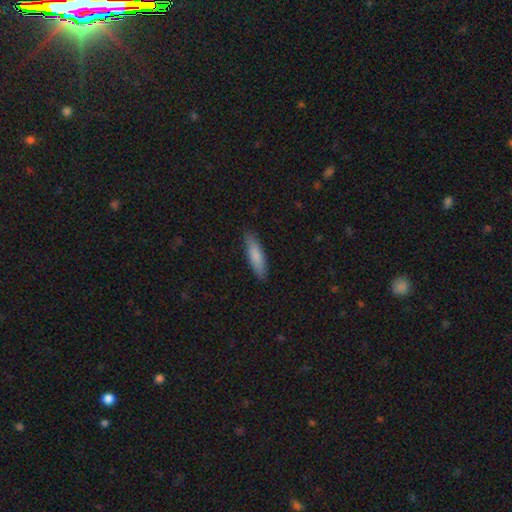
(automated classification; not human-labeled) Morphology: type=smooth (82%); roundness=cigar-shaped (70%); merging=none (87%).